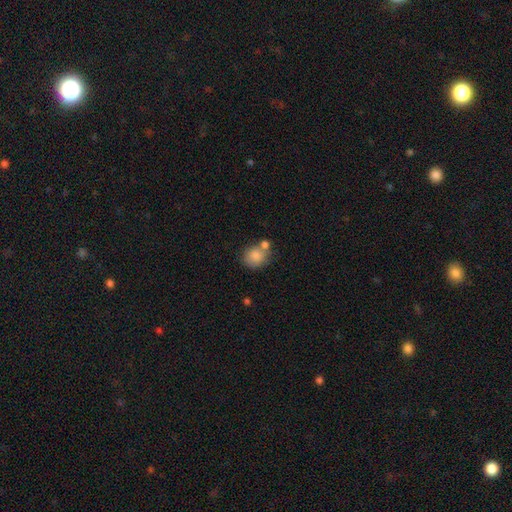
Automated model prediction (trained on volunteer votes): This appears to be a smooth galaxy with no disk features (82%) that is round (73%). Merging: none (52%).